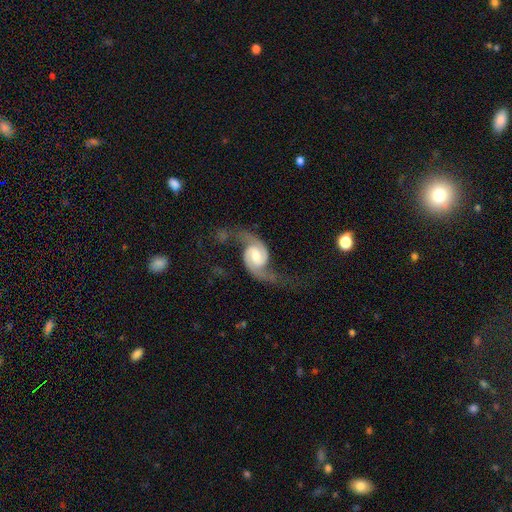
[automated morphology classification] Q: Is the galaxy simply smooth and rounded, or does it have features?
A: featured or disk — 91%.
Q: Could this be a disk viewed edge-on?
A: no — 98%.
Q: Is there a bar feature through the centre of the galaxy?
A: weak — 51%.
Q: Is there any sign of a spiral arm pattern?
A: yes — 98%.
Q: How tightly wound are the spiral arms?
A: loose — 51%.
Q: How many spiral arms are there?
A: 2 — 94%.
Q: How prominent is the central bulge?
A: moderate — 56%.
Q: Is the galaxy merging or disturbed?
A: none — 62%.